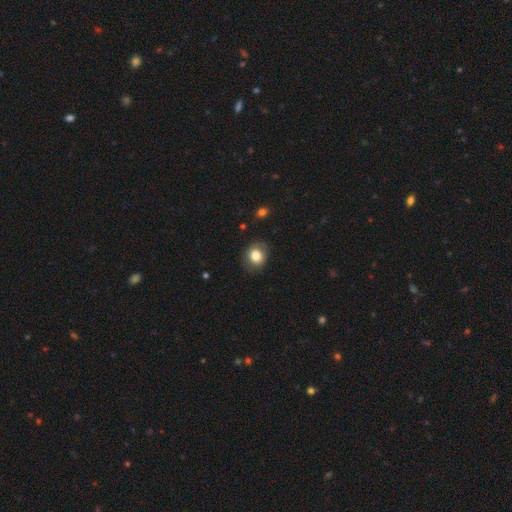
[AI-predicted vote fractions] smooth 81%, featured or disk 10%, star or artifact 9%. Down the decision tree: how rounded — round (68%); merging — none (79%).